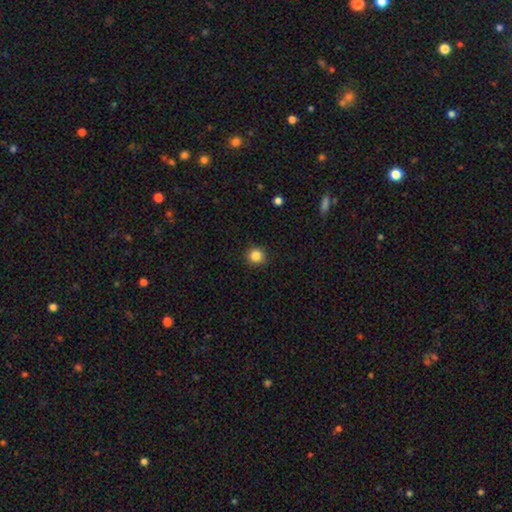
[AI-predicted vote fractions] Morphology: type=smooth (85%); roundness=round (92%); merging=none (90%).